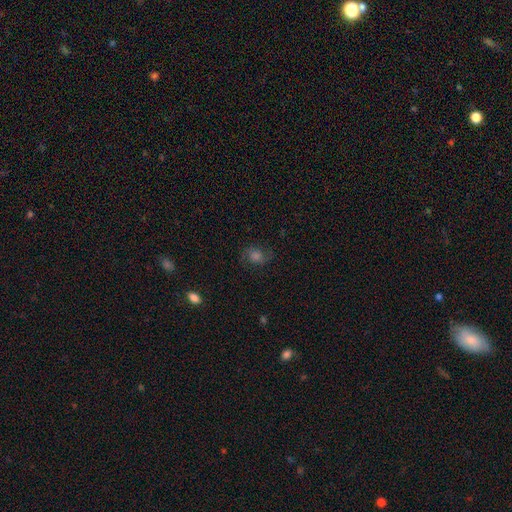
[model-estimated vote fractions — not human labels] Smooth or featured?
  - featured or disk: 40% *
  - smooth: 39%
  - star or artifact: 21%
Merging?
  - none: 74% *
  - minor disturbance: 16%
  - major disturbance: 8%
  - merger: 1%